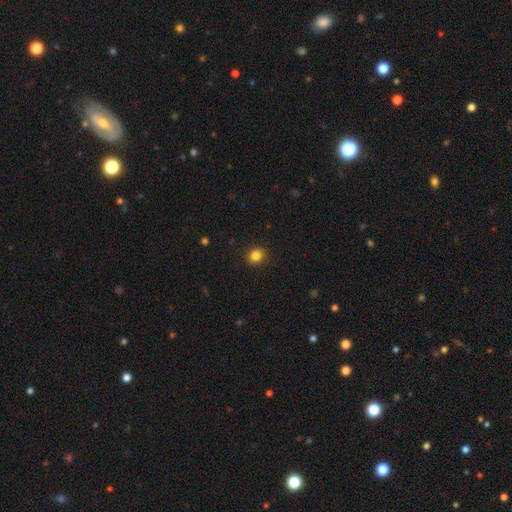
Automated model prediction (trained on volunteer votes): Q: Smooth or featured?
A: smooth (84%); runner-up: star or artifact (12%)
Q: How rounded?
A: round (86%); runner-up: in between (13%)
Q: Merging?
A: none (91%); runner-up: minor disturbance (6%)